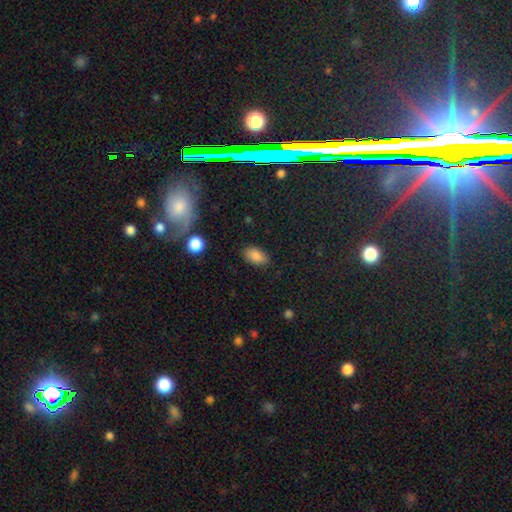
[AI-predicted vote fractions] Smooth or featured: smooth — 85% (star or artifact — 9%)
How rounded: in between — 91% (round — 7%)
Merging: none — 84% (minor disturbance — 12%)